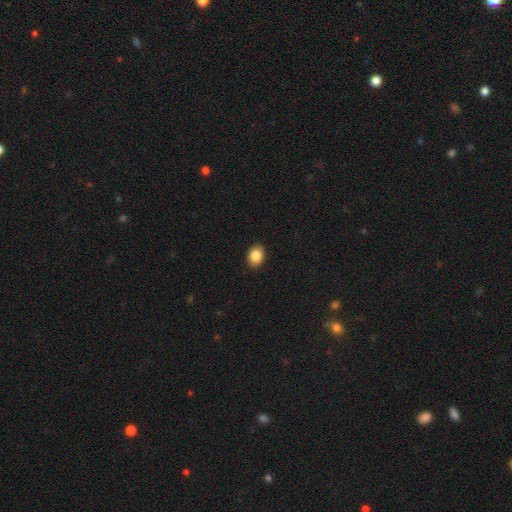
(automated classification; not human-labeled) Smooth or featured? Predicted: smooth (p=0.86). How rounded? Predicted: in between (p=0.77). Merging? Predicted: none (p=0.91).